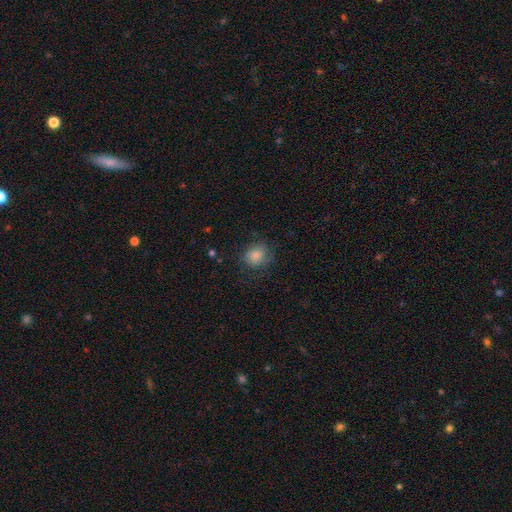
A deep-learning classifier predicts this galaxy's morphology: The model was most divided on "how rounded": round: 67%, in between: 32%, cigar-shaped: 1%. More confident: smooth or featured — smooth (82%); merging — none (69%).